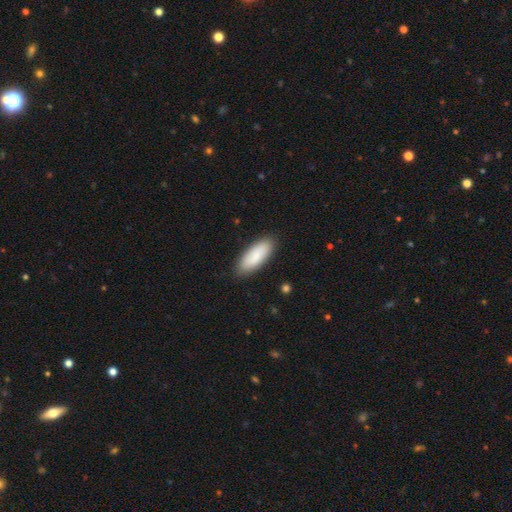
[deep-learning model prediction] Smooth or featured: smooth — 86% (featured or disk — 9%)
How rounded: in between — 72% (cigar-shaped — 26%)
Merging: none — 87% (minor disturbance — 10%)